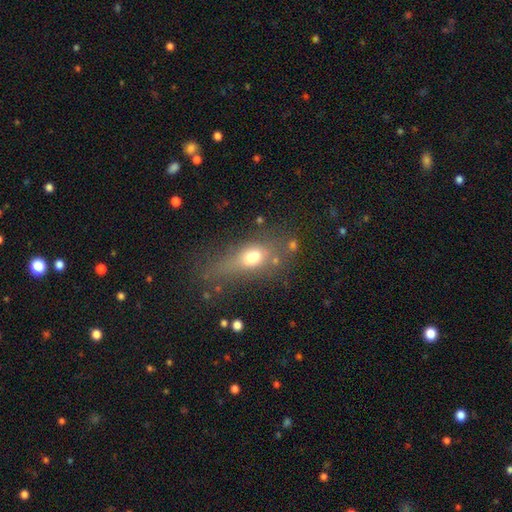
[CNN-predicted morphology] Overall: smooth (61%; featured or disk 25%). How rounded: in between (66%). Merging: none (46%; major disturbance 22%).